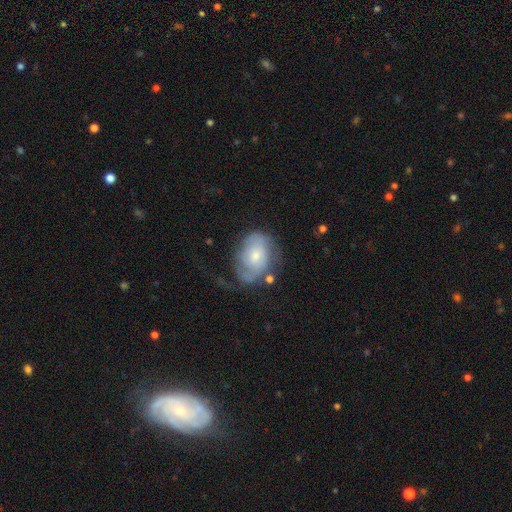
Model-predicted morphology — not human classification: type=featured or disk (65%); edge-on=no (97%); bar=no (67%); spiral arms=yes (85%); winding=tight (40%); arm count=2 (47%); bulge=small (53%); merging=none (46%).